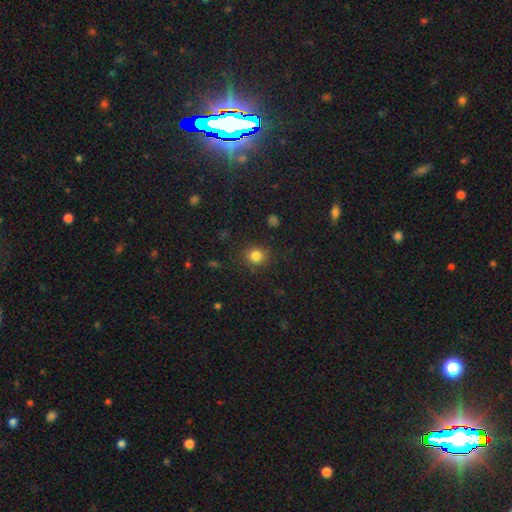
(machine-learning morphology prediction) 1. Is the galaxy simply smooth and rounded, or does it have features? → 82% smooth, 13% star or artifact, 5% featured or disk.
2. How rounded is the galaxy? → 89% round, 10% in between, 1% cigar-shaped.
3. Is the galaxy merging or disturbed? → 87% none, 8% minor disturbance, 3% major disturbance, 1% merger.